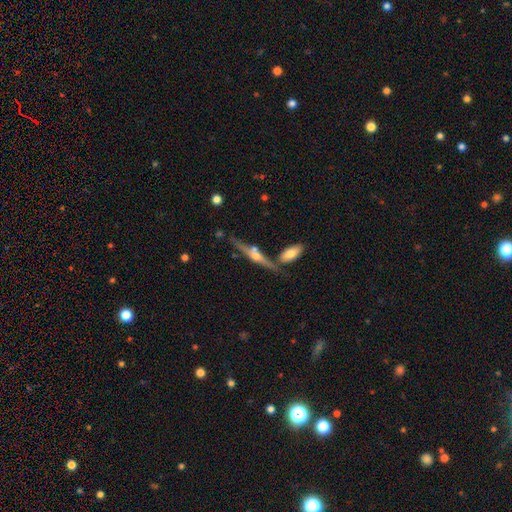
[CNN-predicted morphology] Smooth or featured: featured or disk — 74% (smooth — 20%)
Edge-on disk: yes — 95% (no — 5%)
Edge-on bulge: rounded — 90% (boxy — 6%)
Merging: none — 67% (merger — 15%)